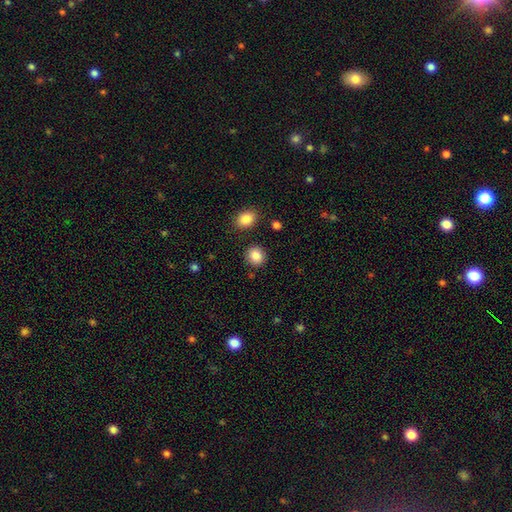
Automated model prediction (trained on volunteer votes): smooth-or-featured: smooth: 87% | star or artifact: 9% | featured or disk: 4%
  how-rounded: round: 82% | in between: 17% | cigar-shaped: 1%
  merging: none: 87% | minor disturbance: 7% | merger: 3% | major disturbance: 3%